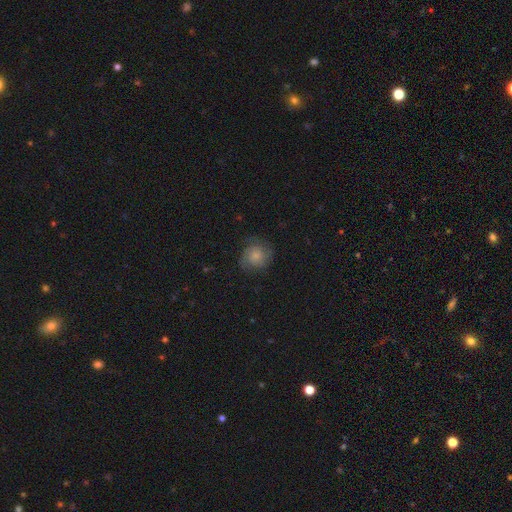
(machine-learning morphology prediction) A smooth galaxy with no disk features (54%) that is round (80%).

Vote fractions:
- Smooth or featured? smooth: 54% / featured or disk: 37% / star or artifact: 9%
- How rounded? round: 80% / in between: 19% / cigar-shaped: 1%
- Merging? none: 72% / minor disturbance: 19% / major disturbance: 8% / merger: 1%